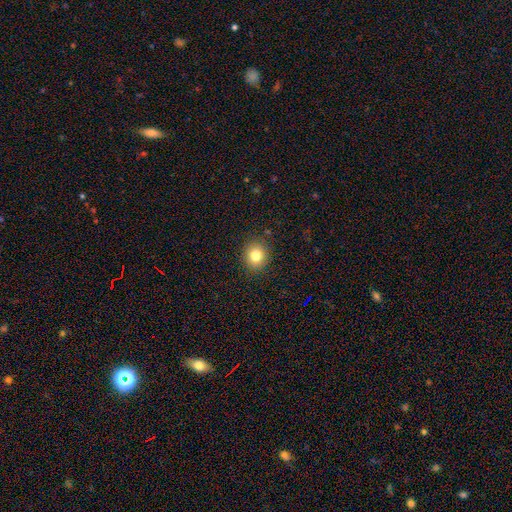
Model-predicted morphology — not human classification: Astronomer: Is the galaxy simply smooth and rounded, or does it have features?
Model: smooth — 81%.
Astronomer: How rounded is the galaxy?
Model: round — 81%.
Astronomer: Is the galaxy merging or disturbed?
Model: none — 89%.